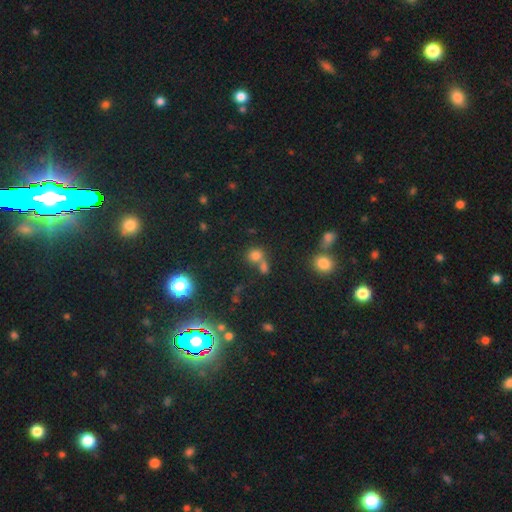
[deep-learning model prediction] This is likely a smooth galaxy (70%). How rounded: likely round (77%). Merging: possibly none (45%).